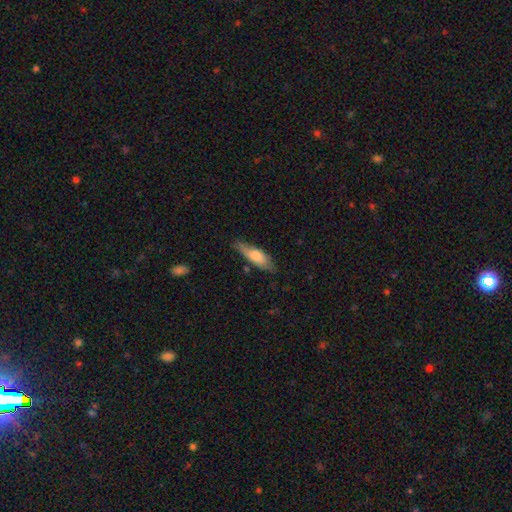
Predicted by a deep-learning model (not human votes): The model was most divided on "how rounded": in between: 50%, cigar-shaped: 47%, round: 2%. More confident: smooth or featured — smooth (68%); merging — none (64%).